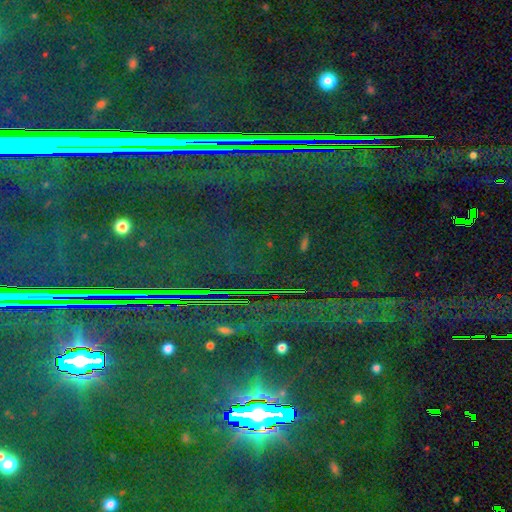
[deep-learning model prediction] Smooth or featured?
  - star or artifact: 88% *
  - featured or disk: 6%
  - smooth: 6%